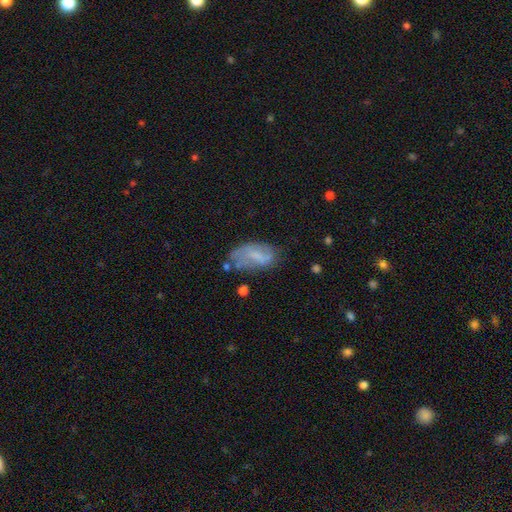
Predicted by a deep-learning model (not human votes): The model was most divided on "smooth or featured": smooth: 53%, featured or disk: 38%, star or artifact: 9%. Remaining: how rounded — in between (90%); merging — none (48%).